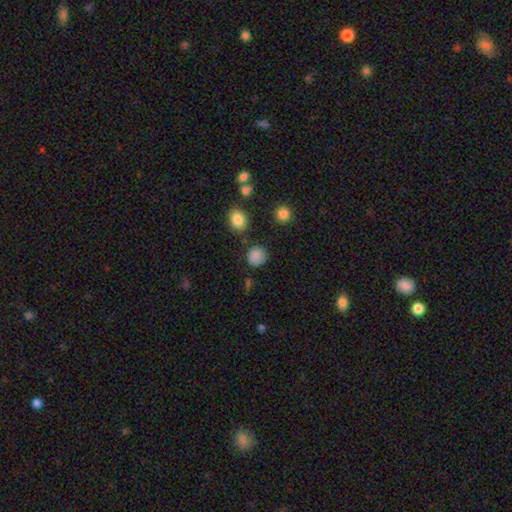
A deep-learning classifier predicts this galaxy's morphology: smooth-or-featured: smooth: 82% | star or artifact: 12% | featured or disk: 6%
  how-rounded: round: 84% | in between: 15% | cigar-shaped: 1%
  merging: none: 76% | minor disturbance: 16% | major disturbance: 5% | merger: 3%